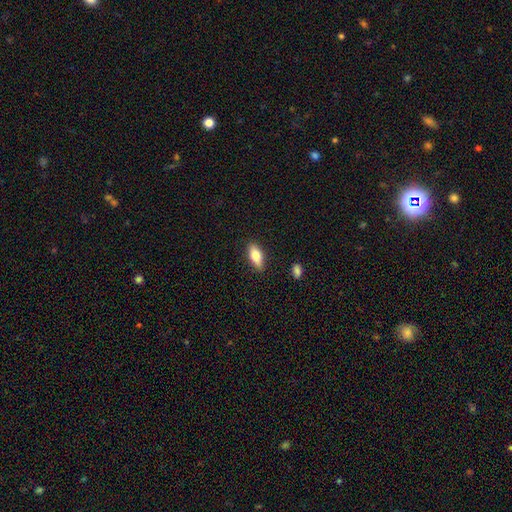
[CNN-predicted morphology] Smooth or featured? Predicted: smooth (p=0.75). How rounded? Predicted: in between (p=0.79). Merging? Predicted: none (p=0.87).